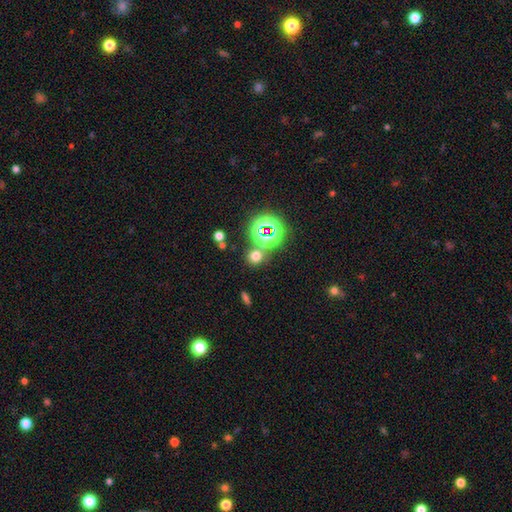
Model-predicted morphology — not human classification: smooth 62%, star or artifact 31%, featured or disk 7%. Down the decision tree: how rounded — round (84%); merging — none (73%).